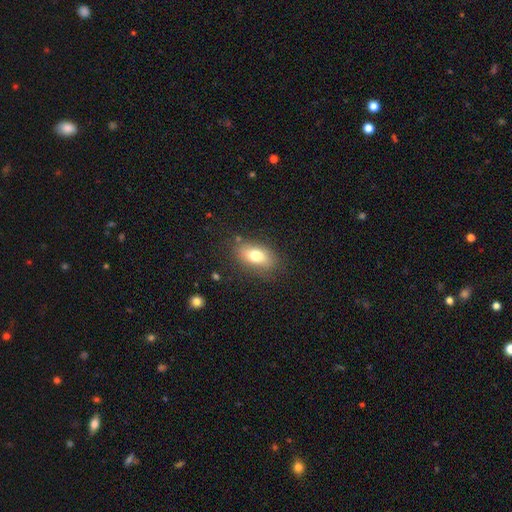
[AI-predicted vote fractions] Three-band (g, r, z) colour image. It shows a smooth galaxy with no disk features (74%) that is in between round and cigar-shaped (86%). Merging: none (79%).